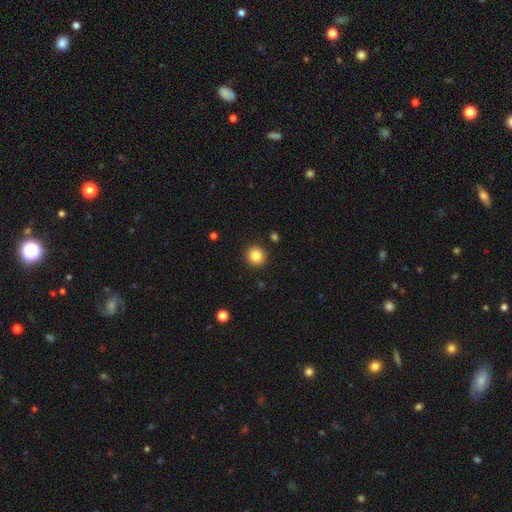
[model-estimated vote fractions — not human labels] Smooth or featured? smooth (85%)
How rounded? round (91%)
Merging? none (91%)